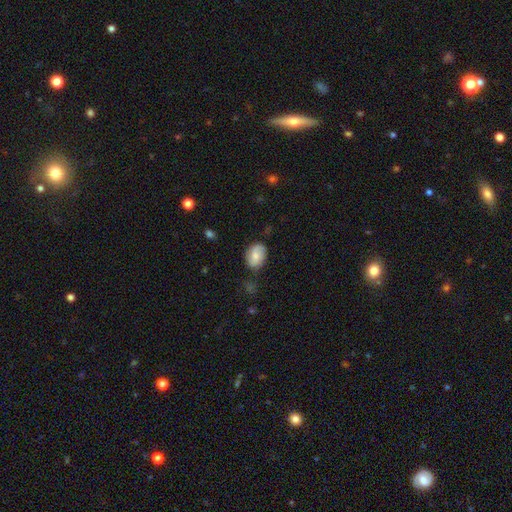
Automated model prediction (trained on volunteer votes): A smooth galaxy with no disk features (66%) that is in between round and cigar-shaped (77%).

Vote fractions:
- Smooth or featured? smooth: 66% / featured or disk: 27% / star or artifact: 7%
- How rounded? in between: 77% / round: 21% / cigar-shaped: 1%
- Merging? none: 74% / minor disturbance: 20% / major disturbance: 4% / merger: 2%